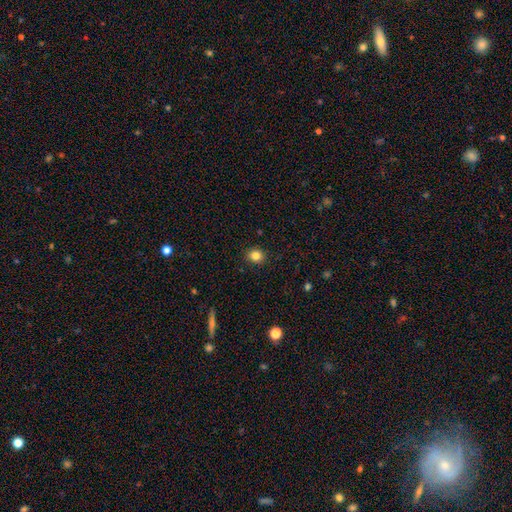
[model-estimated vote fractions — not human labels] Overall: smooth (83%). How rounded: round (72%). Merging: none (91%).